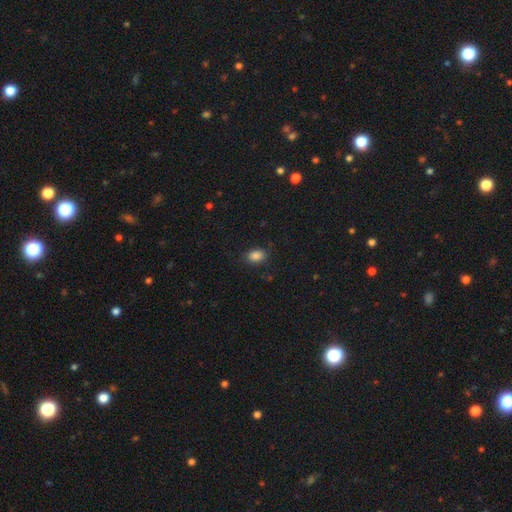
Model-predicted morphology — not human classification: smooth-or-featured: smooth: 86% | star or artifact: 9% | featured or disk: 4%
  how-rounded: in between: 82% | round: 17% | cigar-shaped: 1%
  merging: none: 84% | minor disturbance: 12% | major disturbance: 3% | merger: 1%